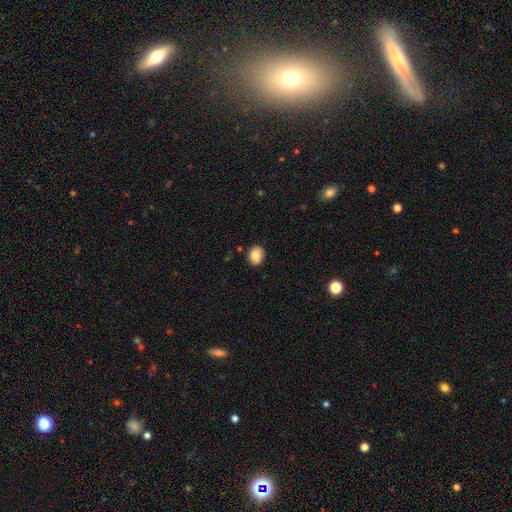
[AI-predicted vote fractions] Morphology: type=smooth (82%); roundness=round (50%); merging=none (83%).